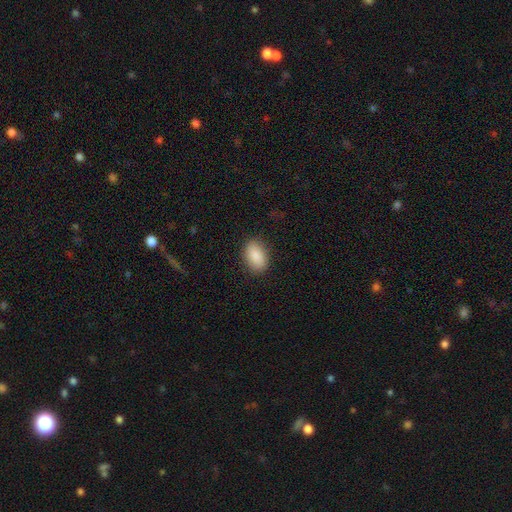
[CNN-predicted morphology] This is clearly a smooth galaxy (89%). How rounded: clearly in between (91%). Merging: clearly none (87%).